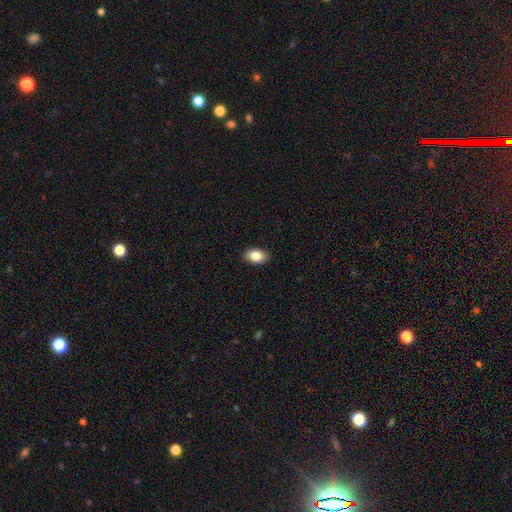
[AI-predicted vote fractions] Smooth or featured: smooth — 87% (star or artifact — 8%)
How rounded: in between — 87% (round — 11%)
Merging: none — 89% (minor disturbance — 8%)